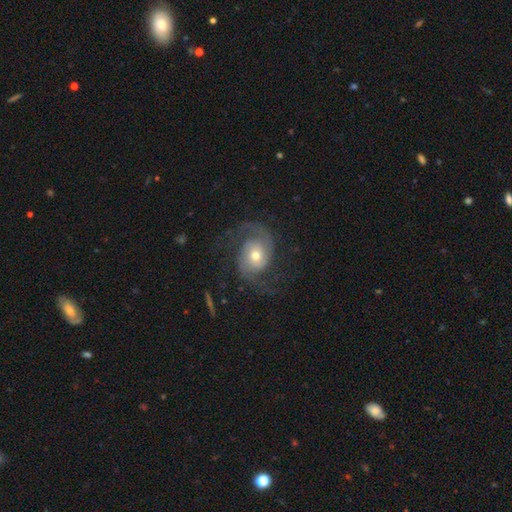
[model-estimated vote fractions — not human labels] Q: Smooth or featured?
A: featured or disk (86%); runner-up: smooth (8%)
Q: Edge-on disk?
A: no (98%); runner-up: yes (2%)
Q: Bar?
A: no (66%); runner-up: weak (26%)
Q: Spiral arms?
A: yes (97%); runner-up: no (3%)
Q: Spiral winding?
A: medium (49%); runner-up: loose (33%)
Q: Spiral arm count?
A: 2 (91%); runner-up: can't tell (3%)
Q: Bulge size?
A: moderate (58%); runner-up: small (35%)
Q: Merging?
A: none (69%); runner-up: major disturbance (15%)